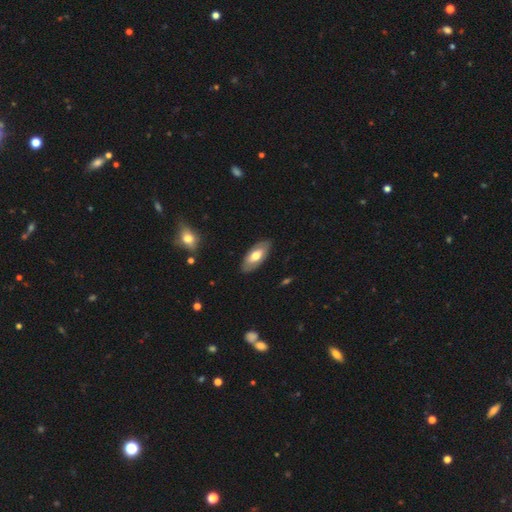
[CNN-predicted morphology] Q: Smooth or featured?
A: smooth (59%); runner-up: featured or disk (35%)
Q: How rounded?
A: in between (90%); runner-up: cigar-shaped (8%)
Q: Merging?
A: none (87%); runner-up: minor disturbance (10%)